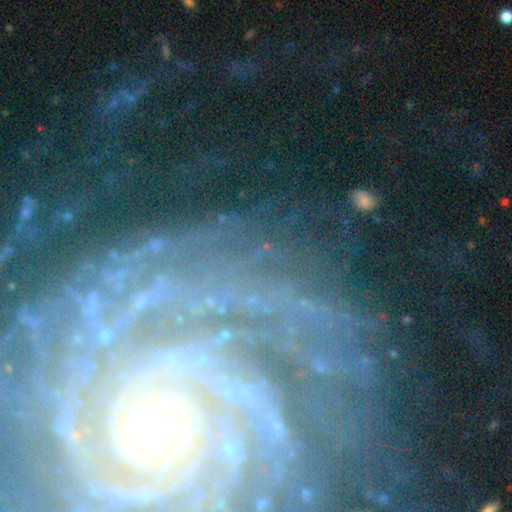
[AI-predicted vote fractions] Overall: featured or disk (84%). Edge-on disk: no (97%). Bar: no (72%). Spiral arms: yes (97%). Spiral arm count: more than 4 (27%; can't tell 23%). Spiral winding: tight (80%). Bulge size: small (69%). Merging: none (74%).